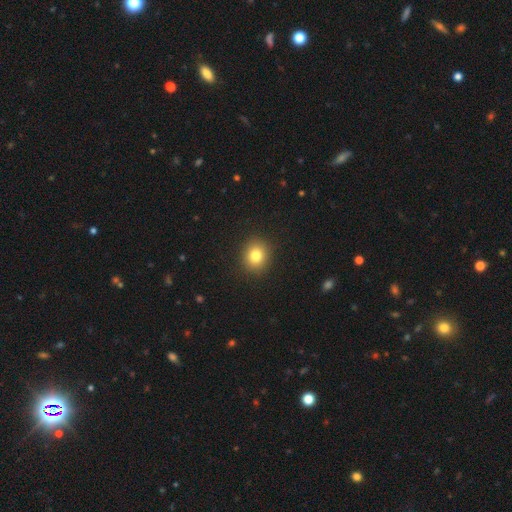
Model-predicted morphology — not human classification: Smooth or featured? Predicted: smooth (p=0.81). How rounded? Predicted: round (p=0.76). Merging? Predicted: none (p=0.91).